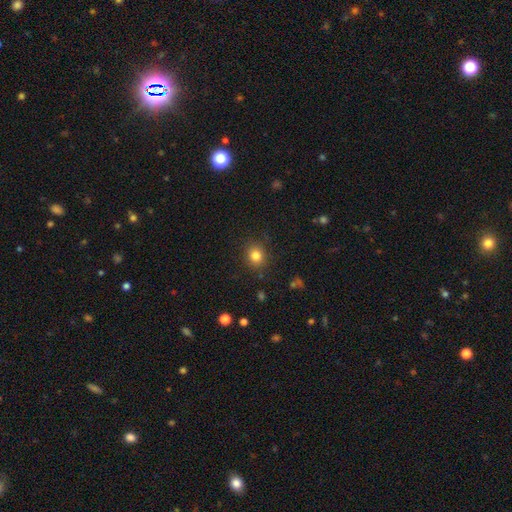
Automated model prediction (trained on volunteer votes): Smooth or featured? smooth (83%)
How rounded? round (76%)
Merging? none (87%)